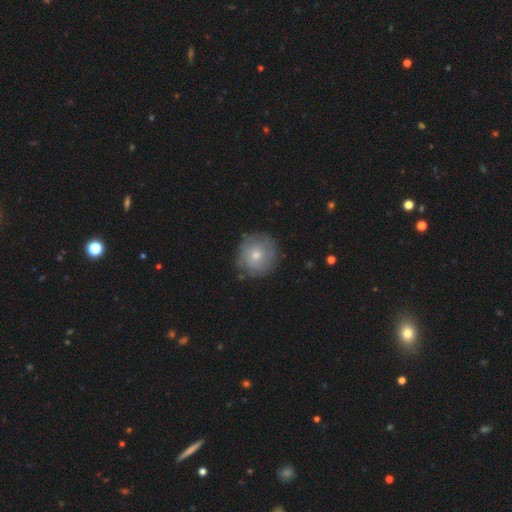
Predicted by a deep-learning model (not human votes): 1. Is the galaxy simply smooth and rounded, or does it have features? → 59% smooth, 31% featured or disk, 10% star or artifact.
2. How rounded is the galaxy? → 93% round, 6% in between, 1% cigar-shaped.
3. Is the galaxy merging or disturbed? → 81% none, 14% minor disturbance, 3% major disturbance, 1% merger.